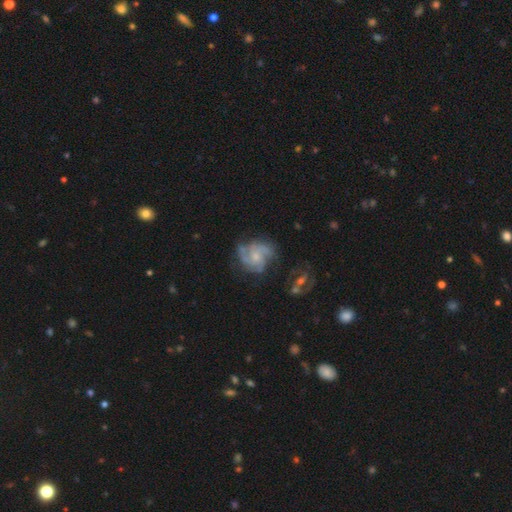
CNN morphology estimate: type=featured or disk (81%); edge-on=no (98%); bar=no (72%); spiral arms=yes (94%); winding=medium (45%); arm count=3 (43%); bulge=small (58%); merging=none (62%).